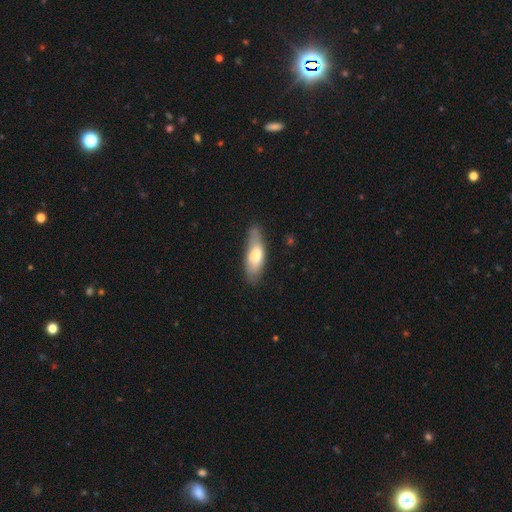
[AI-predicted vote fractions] Smooth or featured?
  - smooth: 68% *
  - featured or disk: 26%
  - star or artifact: 6%
How rounded?
  - in between: 58% *
  - cigar-shaped: 40%
  - round: 2%
Merging?
  - none: 69% *
  - minor disturbance: 24%
  - major disturbance: 5%
  - merger: 2%